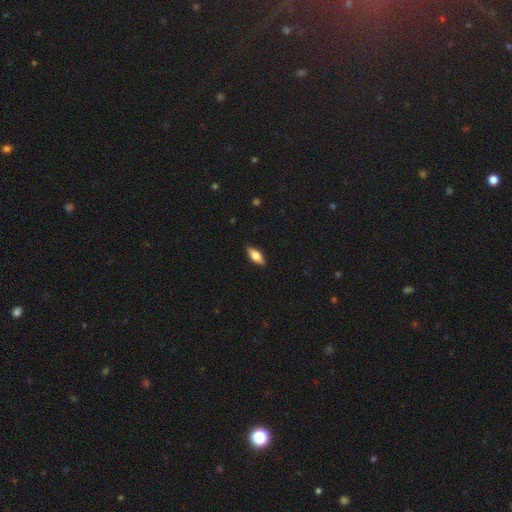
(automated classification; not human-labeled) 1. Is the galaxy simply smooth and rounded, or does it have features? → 63% smooth, 30% featured or disk, 6% star or artifact.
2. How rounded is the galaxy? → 75% in between, 23% cigar-shaped, 3% round.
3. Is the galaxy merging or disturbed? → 88% none, 9% minor disturbance, 2% major disturbance, 1% merger.